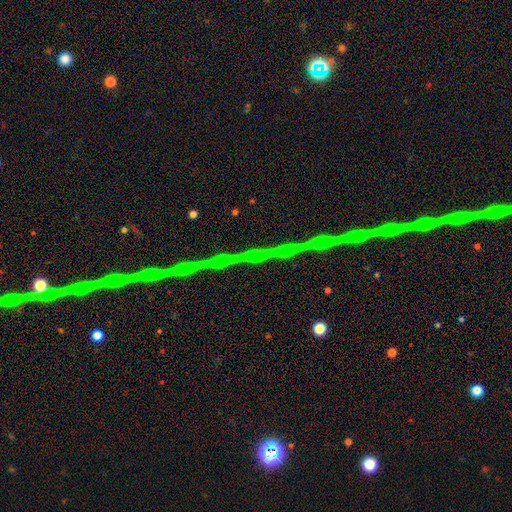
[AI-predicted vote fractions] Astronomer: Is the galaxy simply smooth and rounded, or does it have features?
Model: star or artifact — 71%.